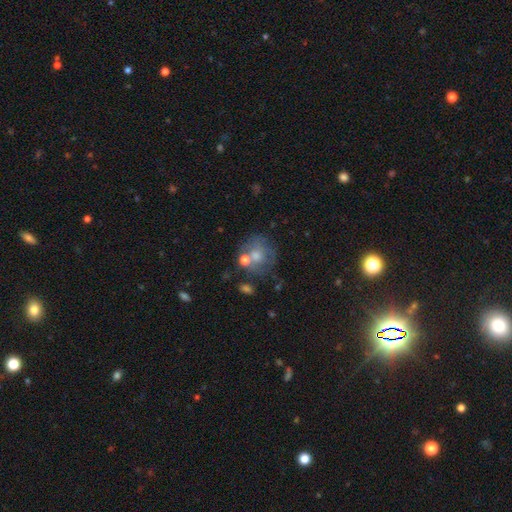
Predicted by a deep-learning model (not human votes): Smooth or featured? smooth (48%)
Merging? none (56%)